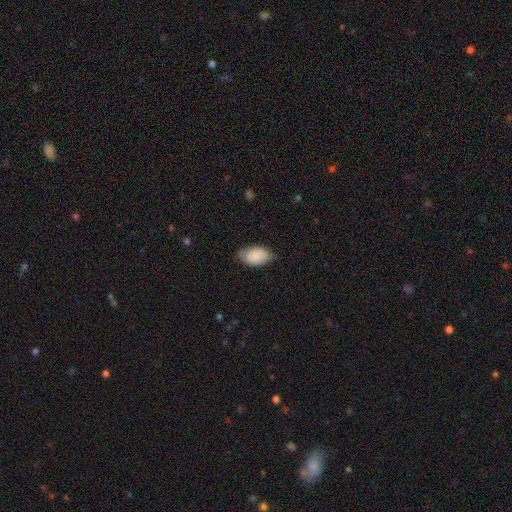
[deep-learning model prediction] Q: Smooth or featured?
A: smooth (86%); runner-up: featured or disk (8%)
Q: How rounded?
A: in between (93%); runner-up: round (5%)
Q: Merging?
A: none (71%); runner-up: minor disturbance (24%)